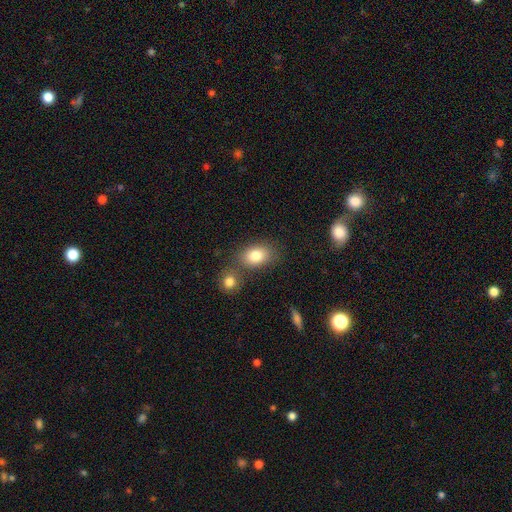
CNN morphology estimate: smooth_or_featured: smooth (p=0.82) [alt: featured or disk p=0.09]
how_rounded: in between (p=0.79) [alt: round p=0.20]
merging: none (p=0.61) [alt: merger p=0.23]